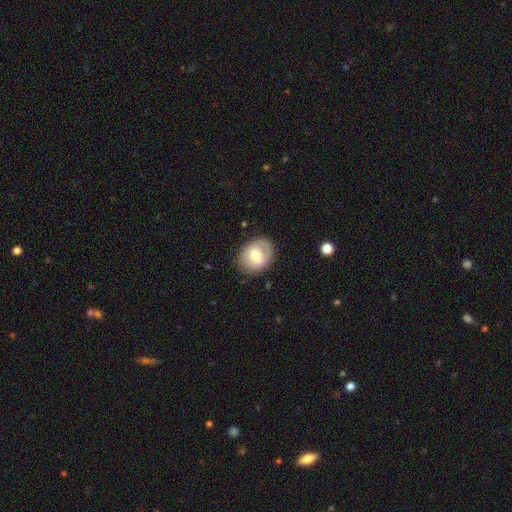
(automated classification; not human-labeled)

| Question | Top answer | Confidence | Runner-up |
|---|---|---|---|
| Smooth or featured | smooth | 61% | featured or disk (32%) |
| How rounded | in between | 59% | round (40%) |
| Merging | none | 78% | minor disturbance (16%) |